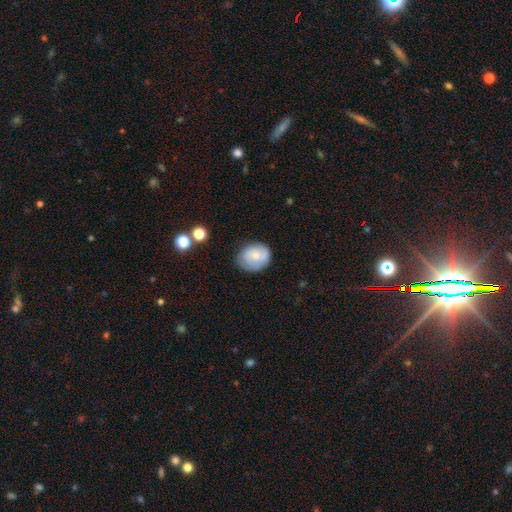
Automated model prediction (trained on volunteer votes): smooth 69%, featured or disk 23%, star or artifact 8%. Down the decision tree: how rounded — round (58%); merging — none (71%).